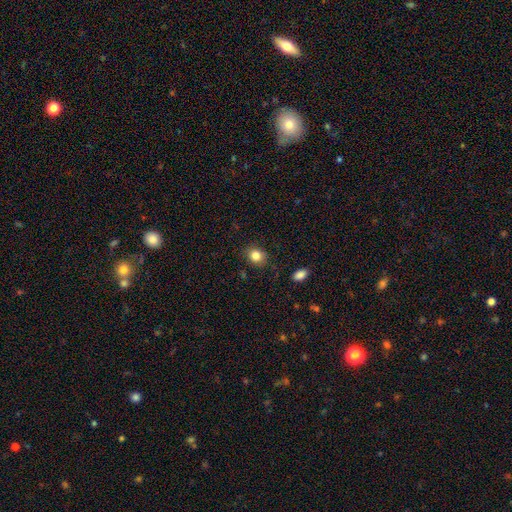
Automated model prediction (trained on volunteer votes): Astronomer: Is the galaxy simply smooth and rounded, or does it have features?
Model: smooth — 84%.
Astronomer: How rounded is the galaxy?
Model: round — 62% (runner-up: in between, 37%).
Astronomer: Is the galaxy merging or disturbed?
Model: none — 81%.